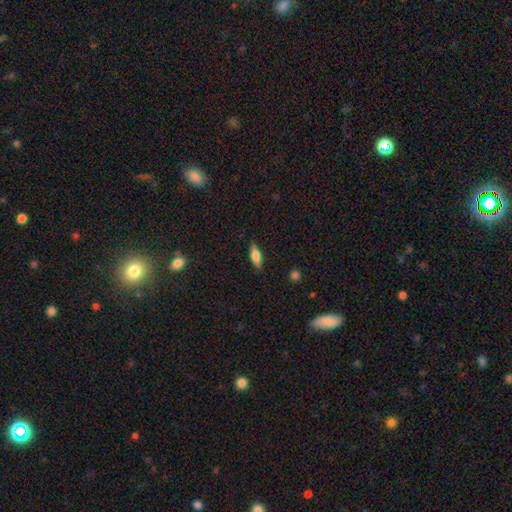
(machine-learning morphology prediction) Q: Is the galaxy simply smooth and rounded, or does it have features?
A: smooth — 66%.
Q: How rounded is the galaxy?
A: in between — 61%.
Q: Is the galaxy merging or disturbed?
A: none — 85%.